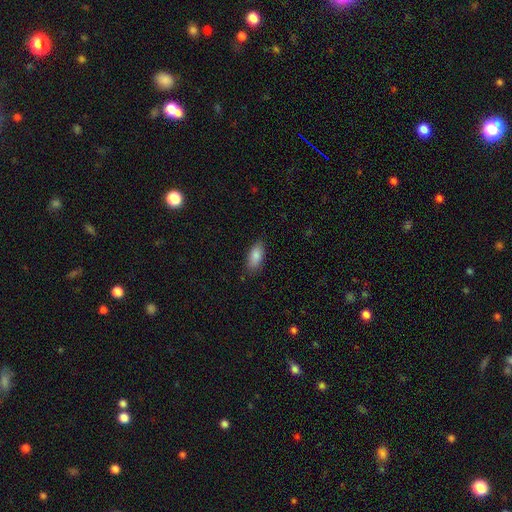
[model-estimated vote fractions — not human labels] Q: Smooth or featured?
A: smooth (85%); runner-up: featured or disk (8%)
Q: How rounded?
A: in between (88%); runner-up: cigar-shaped (9%)
Q: Merging?
A: none (85%); runner-up: minor disturbance (11%)